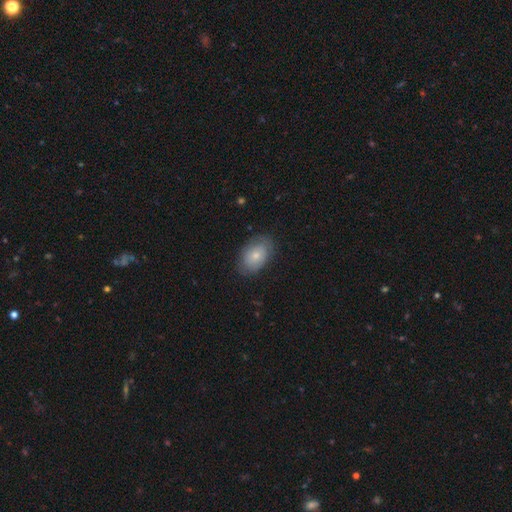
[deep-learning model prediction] Smooth or featured?
  - smooth: 70% *
  - featured or disk: 23%
  - star or artifact: 7%
How rounded?
  - in between: 86% *
  - round: 13%
  - cigar-shaped: 1%
Merging?
  - none: 75% *
  - minor disturbance: 19%
  - major disturbance: 5%
  - merger: 1%